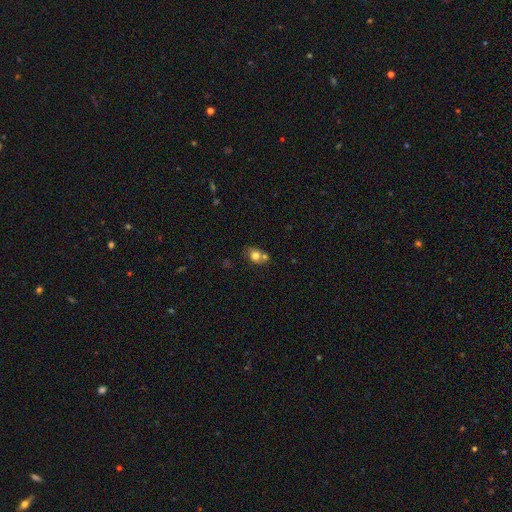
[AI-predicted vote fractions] smooth_or_featured: smooth (p=0.76) [alt: featured or disk p=0.14]
how_rounded: round (p=0.55) [alt: in between p=0.44]
merging: none (p=0.47) [alt: merger p=0.35]